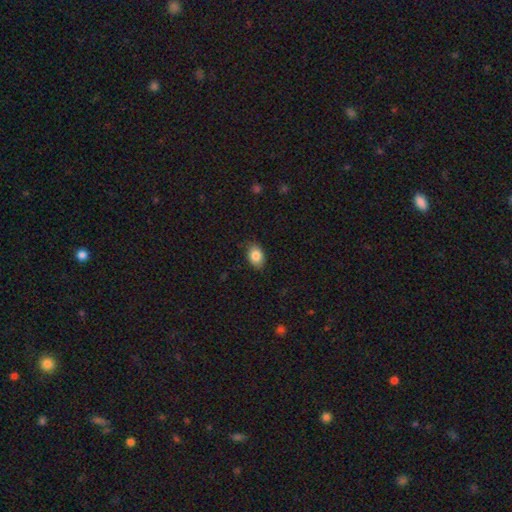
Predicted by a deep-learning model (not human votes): Smooth or featured?
  - smooth: 85% *
  - star or artifact: 8%
  - featured or disk: 7%
How rounded?
  - in between: 83% *
  - round: 16%
  - cigar-shaped: 1%
Merging?
  - none: 84% *
  - minor disturbance: 13%
  - major disturbance: 3%
  - merger: 1%